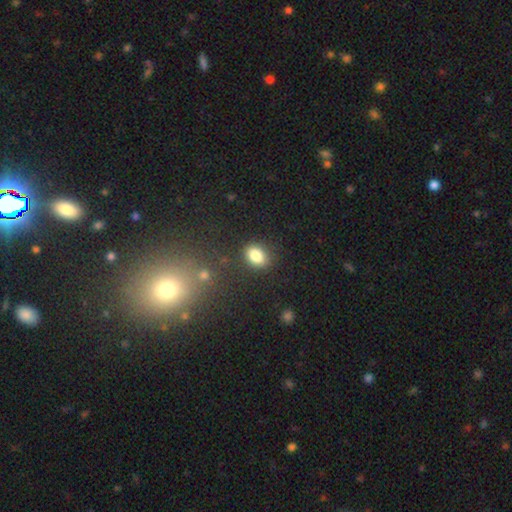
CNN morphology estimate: This is clearly a smooth galaxy (84%). How rounded: likely in between (71%). Merging: clearly none (84%).